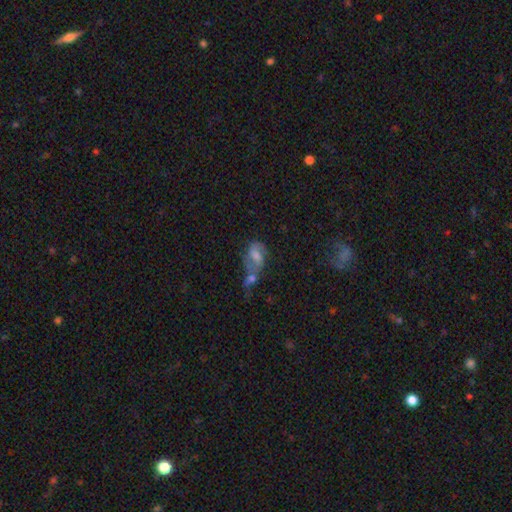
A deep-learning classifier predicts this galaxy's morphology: A featured or disk galaxy (50%). Merging: merger (48%).